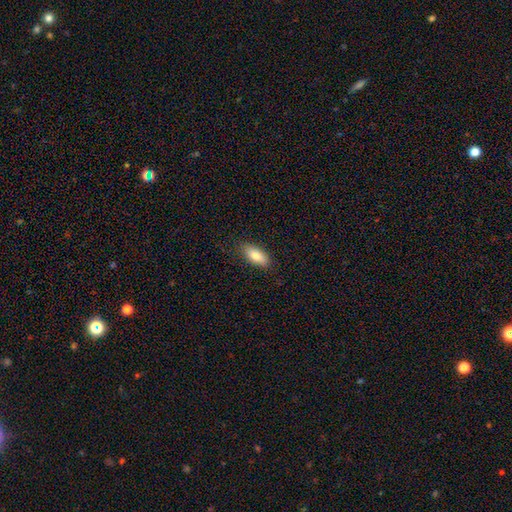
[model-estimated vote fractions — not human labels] Smooth or featured?
  - smooth: 81% *
  - featured or disk: 12%
  - star or artifact: 7%
How rounded?
  - in between: 84% *
  - cigar-shaped: 14%
  - round: 3%
Merging?
  - none: 85% *
  - minor disturbance: 11%
  - major disturbance: 2%
  - merger: 1%